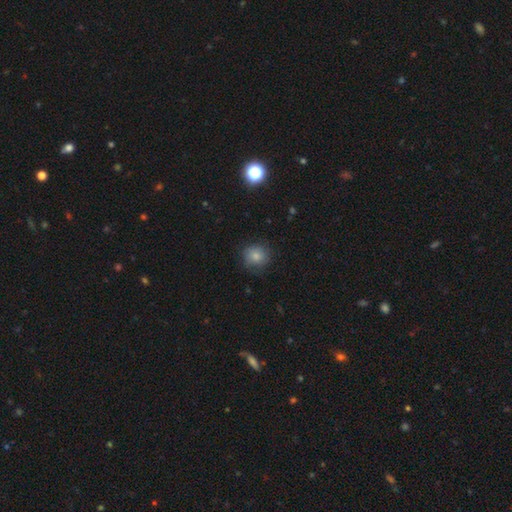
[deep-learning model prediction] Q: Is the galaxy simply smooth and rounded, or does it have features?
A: smooth — 78%.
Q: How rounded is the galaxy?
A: round — 87%.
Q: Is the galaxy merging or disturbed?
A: none — 78%.